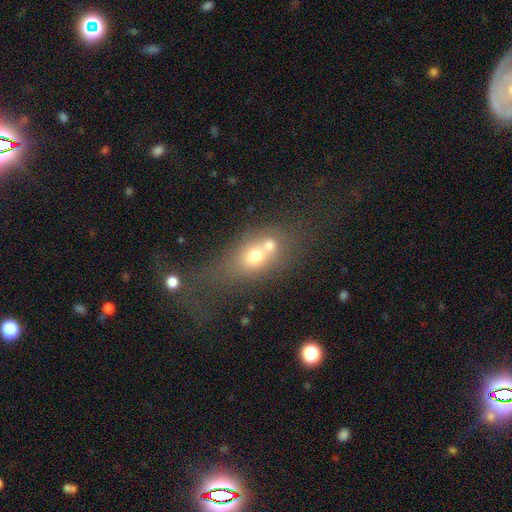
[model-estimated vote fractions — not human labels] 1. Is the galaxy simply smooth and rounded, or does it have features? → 59% smooth, 28% featured or disk, 13% star or artifact.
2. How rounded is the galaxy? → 56% in between, 35% round, 9% cigar-shaped.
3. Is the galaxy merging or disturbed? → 57% merger, 24% none, 10% minor disturbance, 9% major disturbance.